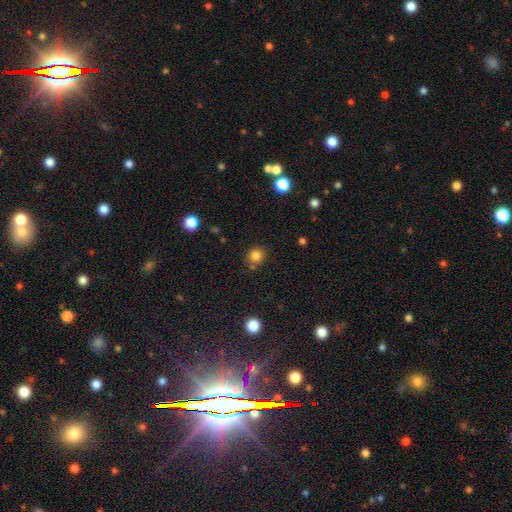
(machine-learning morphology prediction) Smooth or featured: smooth — 82% (star or artifact — 13%)
How rounded: round — 89% (in between — 10%)
Merging: none — 79% (minor disturbance — 11%)